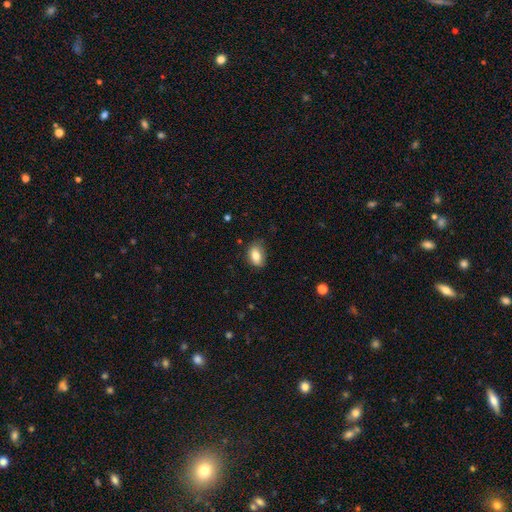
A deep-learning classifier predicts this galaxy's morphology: smooth-or-featured: smooth: 82% | featured or disk: 10% | star or artifact: 8%
  how-rounded: in between: 86% | round: 12% | cigar-shaped: 2%
  merging: none: 73% | minor disturbance: 22% | major disturbance: 4% | merger: 1%